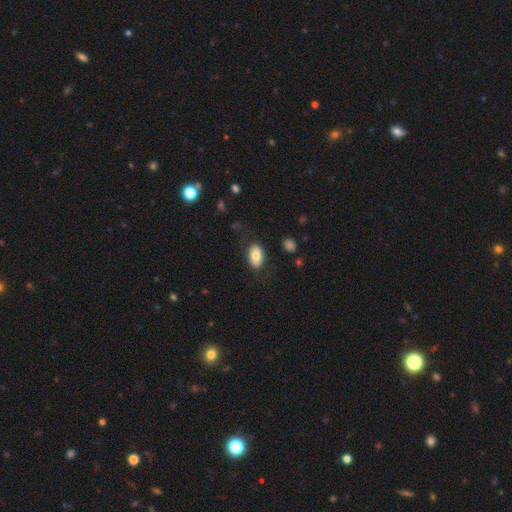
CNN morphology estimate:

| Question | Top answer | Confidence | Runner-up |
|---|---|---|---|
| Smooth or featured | smooth | 79% | featured or disk (14%) |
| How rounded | in between | 90% | round (9%) |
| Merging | none | 80% | minor disturbance (14%) |